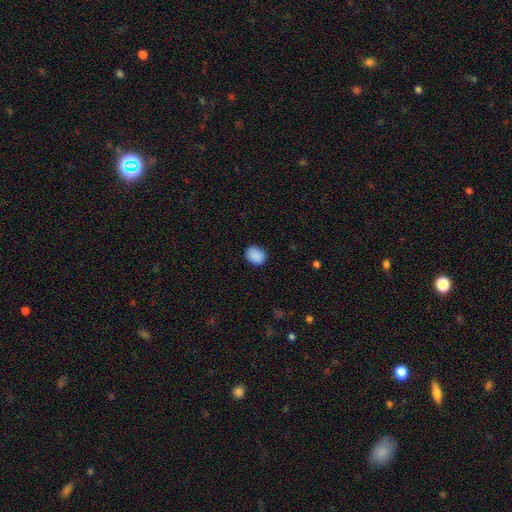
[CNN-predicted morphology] Smooth or featured? smooth (89%)
How rounded? in between (54%)
Merging? none (86%)